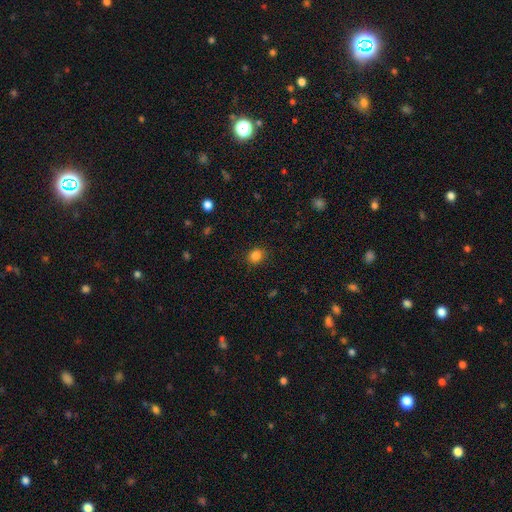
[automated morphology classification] Smooth or featured? smooth (85%)
How rounded? round (71%)
Merging? none (87%)